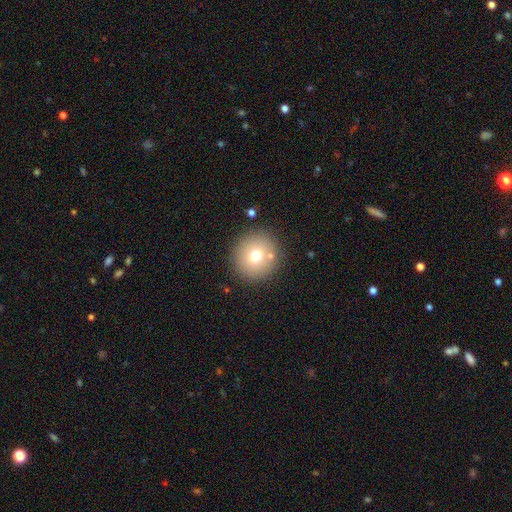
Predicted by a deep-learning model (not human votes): smooth-or-featured: smooth: 70% | featured or disk: 16% | star or artifact: 13%
  how-rounded: round: 94% | in between: 5% | cigar-shaped: 1%
  merging: none: 85% | minor disturbance: 8% | merger: 4% | major disturbance: 3%